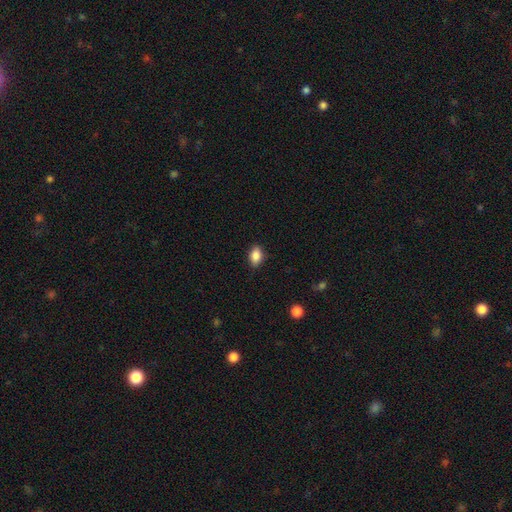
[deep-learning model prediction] smooth 86%, star or artifact 8%, featured or disk 5%. Down the decision tree: how rounded — in between (85%); merging — none (86%).